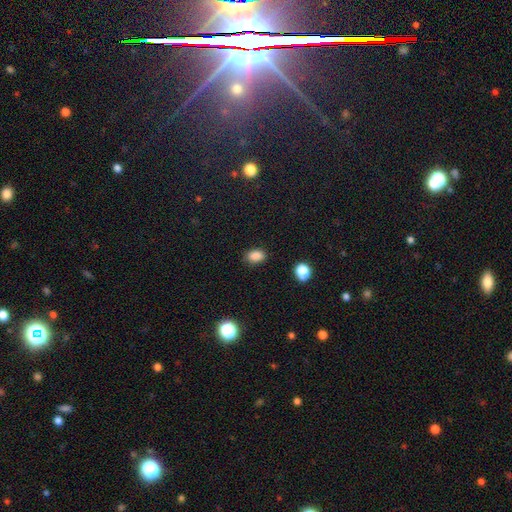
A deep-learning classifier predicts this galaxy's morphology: Smooth or featured?
  - smooth: 86% *
  - star or artifact: 11%
  - featured or disk: 3%
How rounded?
  - in between: 83% *
  - round: 16%
  - cigar-shaped: 1%
Merging?
  - none: 85% *
  - minor disturbance: 11%
  - major disturbance: 3%
  - merger: 2%